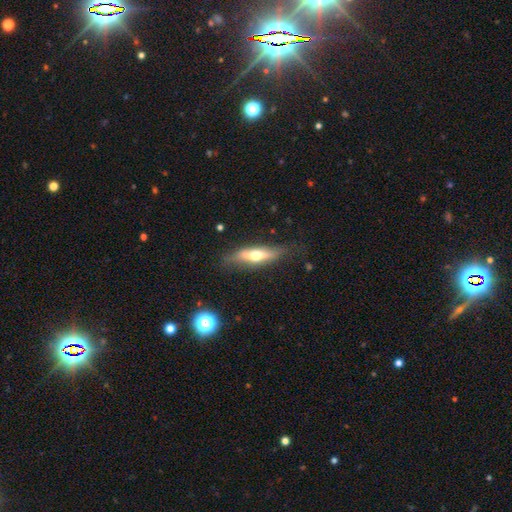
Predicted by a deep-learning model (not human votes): Smooth or featured?
  - featured or disk: 50% *
  - smooth: 44%
  - star or artifact: 6%
Merging?
  - none: 75% *
  - minor disturbance: 18%
  - major disturbance: 5%
  - merger: 2%